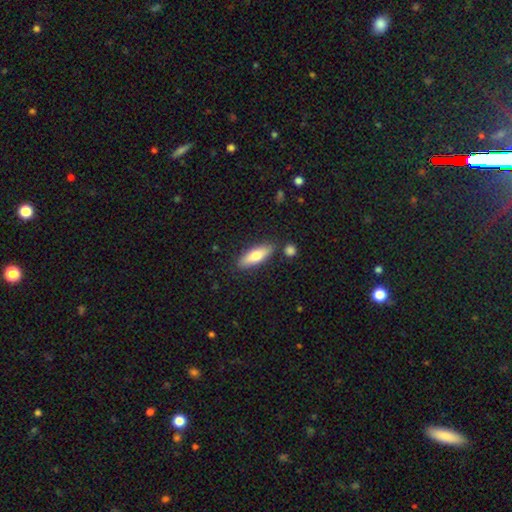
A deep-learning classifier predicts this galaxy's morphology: A smooth galaxy with no disk features (67%) that is in between round and cigar-shaped (55%).

Vote fractions:
- Smooth or featured? smooth: 67% / featured or disk: 27% / star or artifact: 6%
- How rounded? in between: 55% / cigar-shaped: 43% / round: 2%
- Merging? none: 83% / minor disturbance: 10% / merger: 4% / major disturbance: 2%